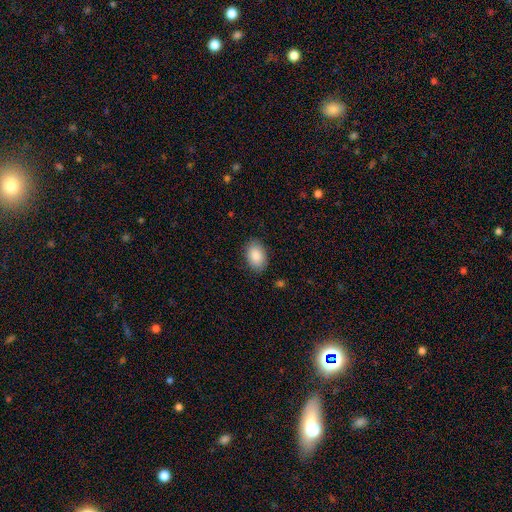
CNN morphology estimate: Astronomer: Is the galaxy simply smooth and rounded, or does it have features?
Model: smooth — 89%.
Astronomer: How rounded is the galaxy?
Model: in between — 90%.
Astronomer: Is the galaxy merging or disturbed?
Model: none — 86%.